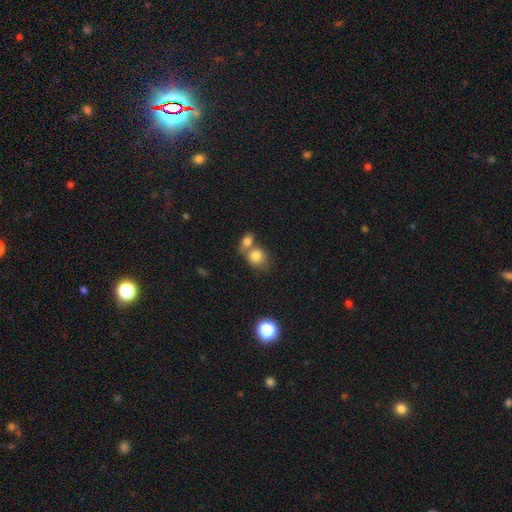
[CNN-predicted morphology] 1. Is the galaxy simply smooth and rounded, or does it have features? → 81% smooth, 9% featured or disk, 9% star or artifact.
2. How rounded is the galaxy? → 59% round, 39% in between, 1% cigar-shaped.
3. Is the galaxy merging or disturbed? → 55% merger, 32% none, 9% minor disturbance, 4% major disturbance.